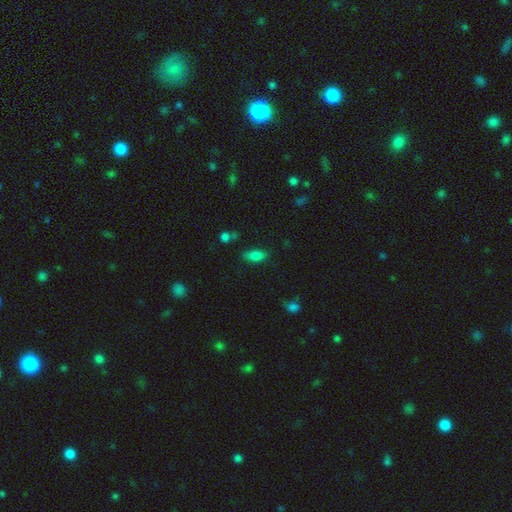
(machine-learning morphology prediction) Smooth or featured: smooth — 81% (star or artifact — 10%)
How rounded: in between — 84% (cigar-shaped — 12%)
Merging: none — 73% (minor disturbance — 18%)